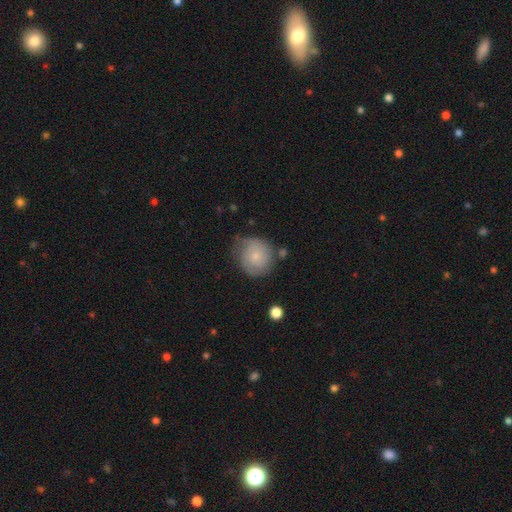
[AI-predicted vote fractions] Morphology: type=smooth (51%); roundness=round (85%); merging=none (63%).